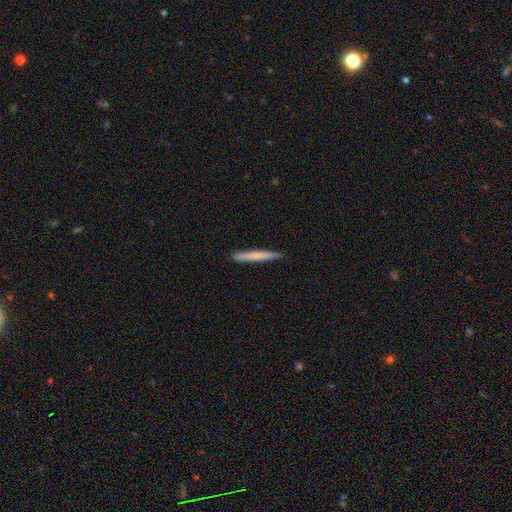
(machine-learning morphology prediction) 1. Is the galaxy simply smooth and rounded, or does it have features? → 68% smooth, 27% featured or disk, 5% star or artifact.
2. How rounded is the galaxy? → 97% cigar-shaped, 2% in between, 1% round.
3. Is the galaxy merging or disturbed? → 91% none, 7% minor disturbance, 1% major disturbance, 1% merger.